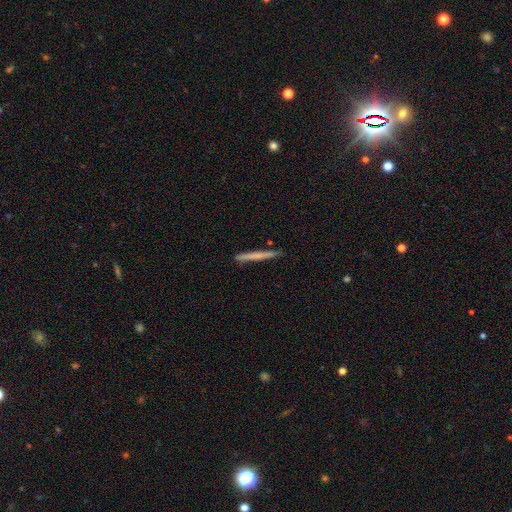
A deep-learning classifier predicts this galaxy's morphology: A smooth galaxy with no disk features (59%) that is cigar-shaped (97%).

Vote fractions:
- Smooth or featured? smooth: 59% / featured or disk: 35% / star or artifact: 6%
- How rounded? cigar-shaped: 97% / in between: 2% / round: 1%
- Merging? none: 90% / minor disturbance: 8% / major disturbance: 1% / merger: 1%